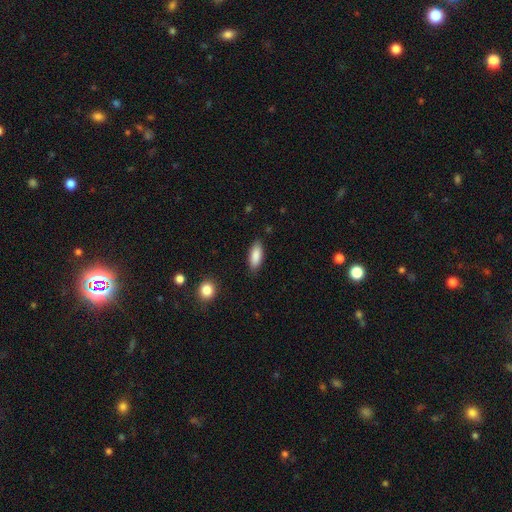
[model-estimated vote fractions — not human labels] smooth 88%, star or artifact 6%, featured or disk 6%. Down the decision tree: how rounded — in between (79%); merging — none (86%).